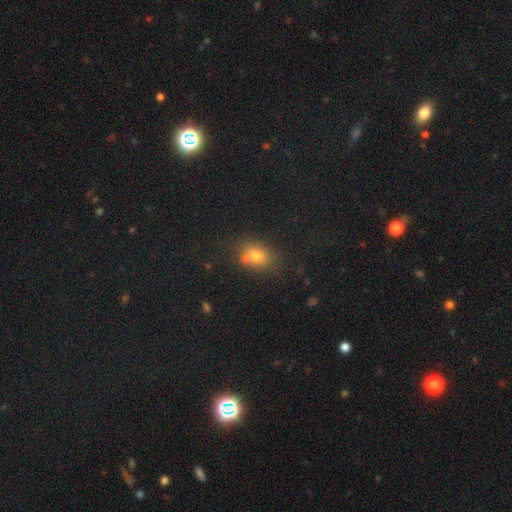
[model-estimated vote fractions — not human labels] Smooth or featured? smooth (72%)
How rounded? in between (51%)
Merging? none (61%)